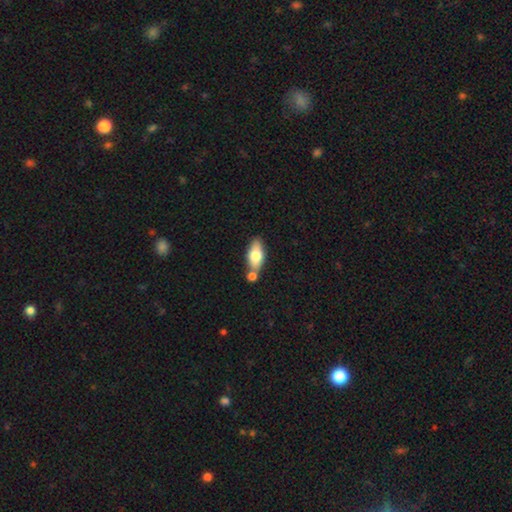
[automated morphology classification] smooth 69%, featured or disk 25%, star or artifact 6%. Down the decision tree: how rounded — in between (84%); merging — none (56%).